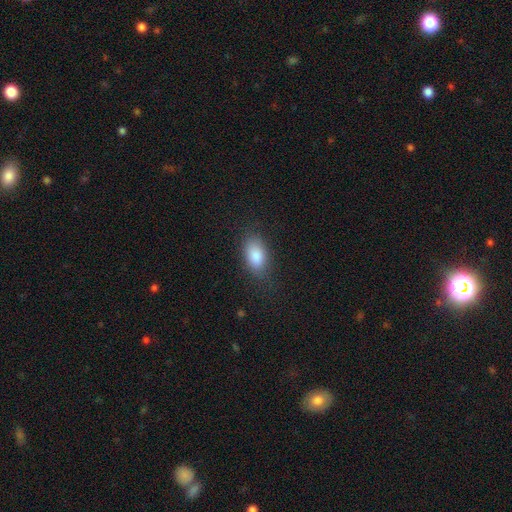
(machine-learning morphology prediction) smooth_or_featured: smooth (p=0.85) [alt: star or artifact p=0.08]
how_rounded: in between (p=0.89) [alt: round p=0.07]
merging: none (p=0.80) [alt: minor disturbance p=0.14]